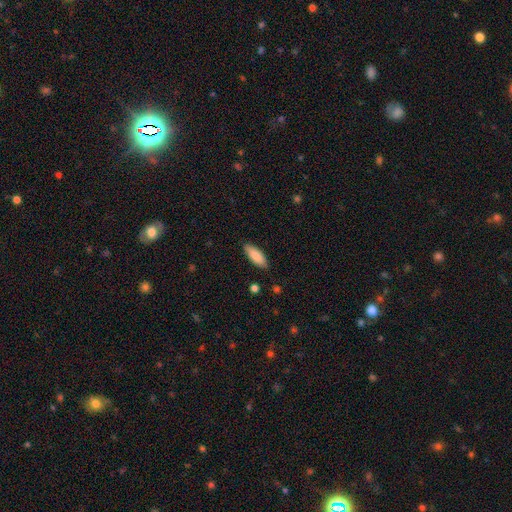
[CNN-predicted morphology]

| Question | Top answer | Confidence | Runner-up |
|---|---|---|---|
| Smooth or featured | smooth | 86% | featured or disk (8%) |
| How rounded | in between | 68% | cigar-shaped (31%) |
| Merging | none | 86% | minor disturbance (11%) |